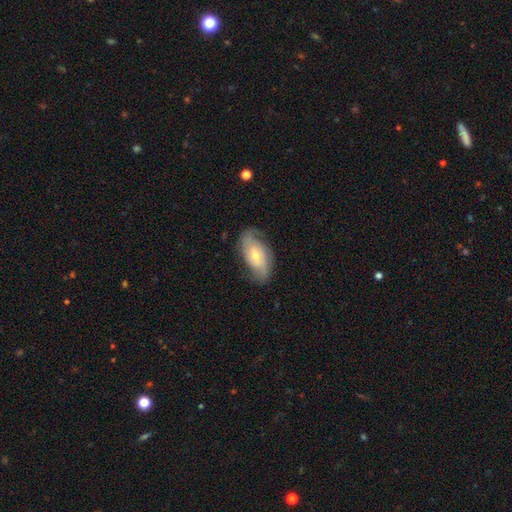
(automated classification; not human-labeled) featured or disk 69%, smooth 25%, star or artifact 6%. Down the decision tree: edge-on disk — no (94%); bar — no (57%); spiral arms — yes (88%); spiral arm count — 2 (61%); spiral winding — medium (40%); bulge size — moderate (49%); merging — none (67%).